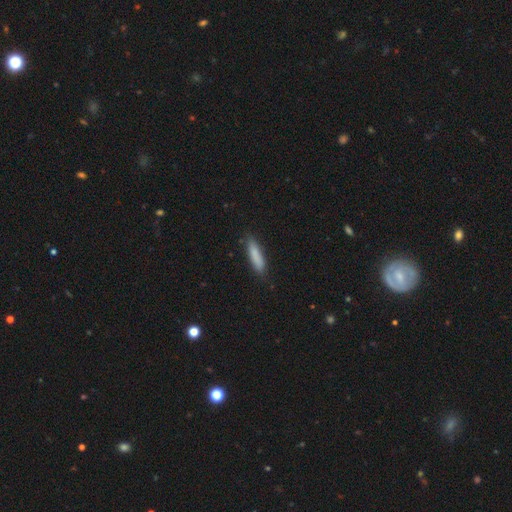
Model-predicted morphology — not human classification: smooth_or_featured: smooth (p=0.85) [alt: featured or disk p=0.09]
how_rounded: cigar-shaped (p=0.74) [alt: in between p=0.24]
merging: none (p=0.83) [alt: minor disturbance p=0.14]